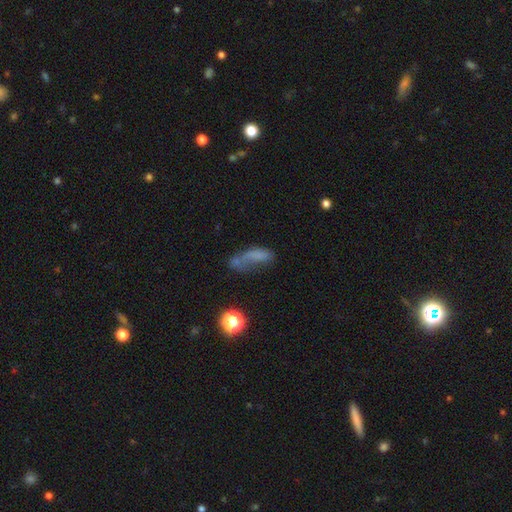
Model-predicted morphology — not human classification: smooth-or-featured: smooth: 58% | featured or disk: 24% | star or artifact: 18%
  how-rounded: in between: 66% | cigar-shaped: 26% | round: 7%
  merging: major disturbance: 31% | none: 29% | merger: 21% | minor disturbance: 20%